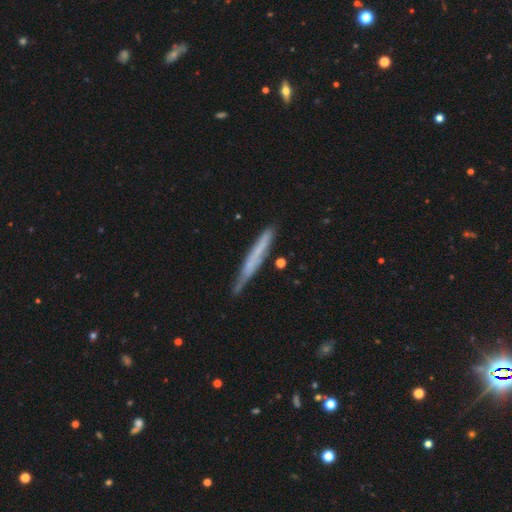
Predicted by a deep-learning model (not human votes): smooth-or-featured: smooth: 49% | featured or disk: 44% | star or artifact: 7%
  merging: none: 76% | minor disturbance: 18% | major disturbance: 3% | merger: 3%